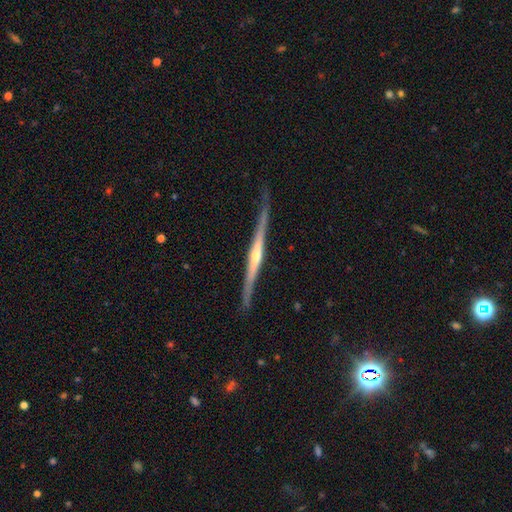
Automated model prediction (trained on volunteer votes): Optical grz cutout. It shows a featured or disk galaxy (79%) viewed edge-on (98%) with a rounded central bulge (63%). Merging: none (80%).